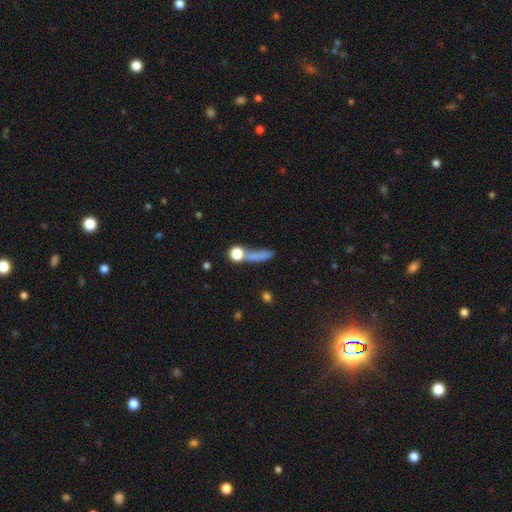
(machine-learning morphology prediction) type=smooth (62%); roundness=cigar-shaped (55%); merging=none (49%).